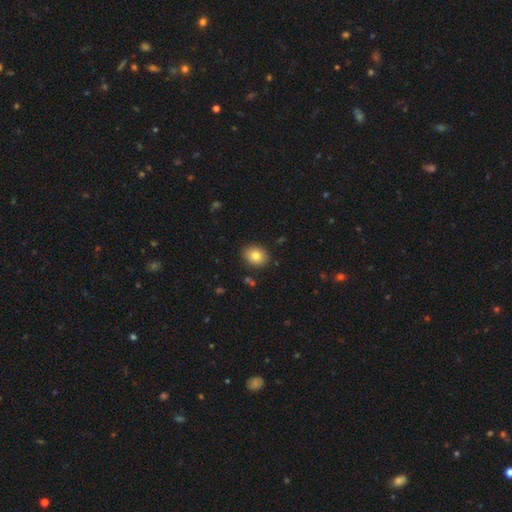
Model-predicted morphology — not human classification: smooth 81%, featured or disk 10%, star or artifact 9%. Down the decision tree: how rounded — in between (50%); merging — none (87%).